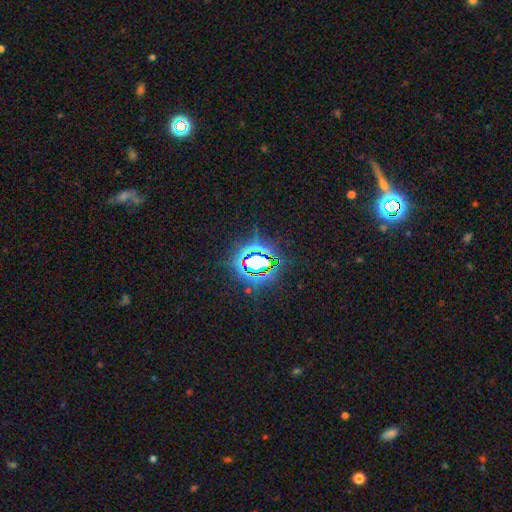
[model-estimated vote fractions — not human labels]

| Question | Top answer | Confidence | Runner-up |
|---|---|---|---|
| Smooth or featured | star or artifact | 82% | smooth (11%) |